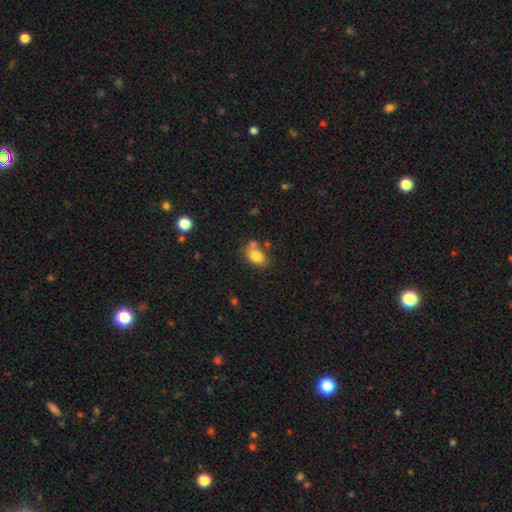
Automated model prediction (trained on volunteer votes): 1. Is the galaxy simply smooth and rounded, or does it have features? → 80% smooth, 11% featured or disk, 9% star or artifact.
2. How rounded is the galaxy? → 81% in between, 18% round, 2% cigar-shaped.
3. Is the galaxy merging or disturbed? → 52% none, 24% merger, 18% minor disturbance, 6% major disturbance.